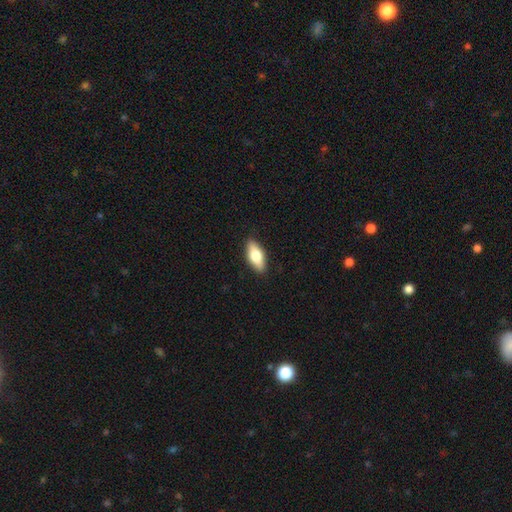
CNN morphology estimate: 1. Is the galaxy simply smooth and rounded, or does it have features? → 69% smooth, 25% featured or disk, 6% star or artifact.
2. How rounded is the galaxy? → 77% in between, 20% cigar-shaped, 3% round.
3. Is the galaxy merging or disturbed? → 89% none, 9% minor disturbance, 2% major disturbance, 1% merger.